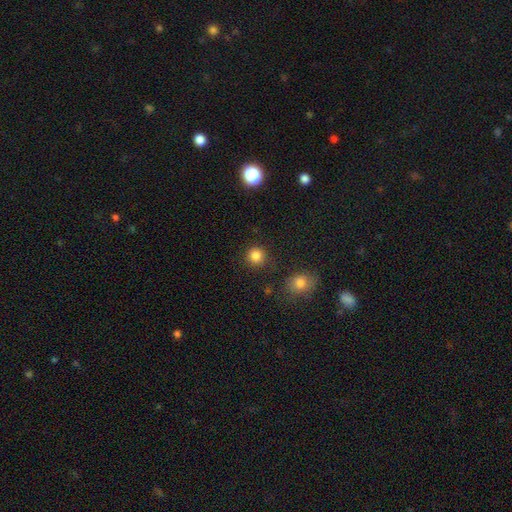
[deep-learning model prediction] smooth-or-featured: smooth: 84% | star or artifact: 12% | featured or disk: 4%
  how-rounded: round: 93% | in between: 6% | cigar-shaped: 1%
  merging: none: 87% | minor disturbance: 7% | merger: 3% | major disturbance: 3%